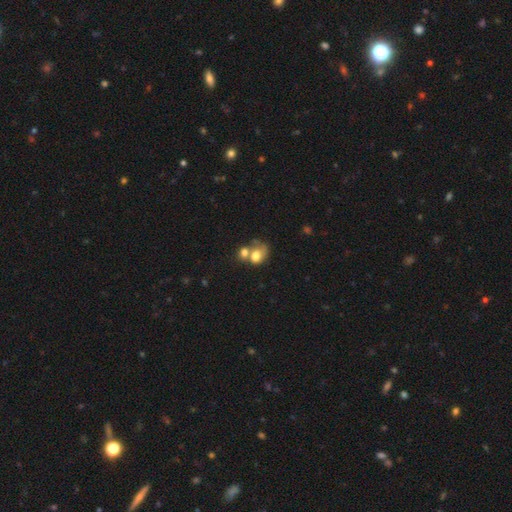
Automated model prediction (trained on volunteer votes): Overall: smooth (69%). How rounded: in between (58%; round 41%). Merging: merger (61%).